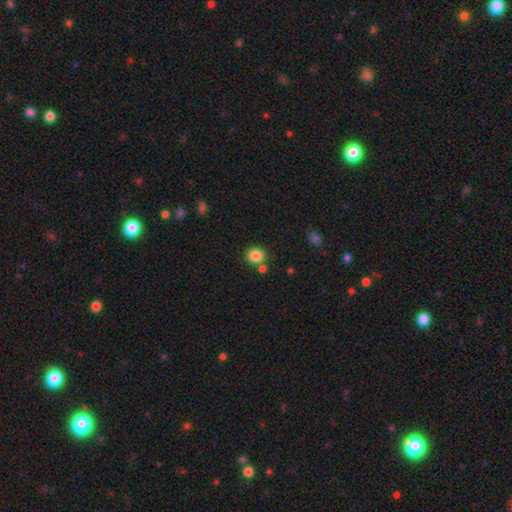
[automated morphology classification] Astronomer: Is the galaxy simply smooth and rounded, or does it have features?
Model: smooth — 85%.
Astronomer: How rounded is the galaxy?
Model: round — 72%.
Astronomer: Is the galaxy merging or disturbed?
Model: none — 75%.